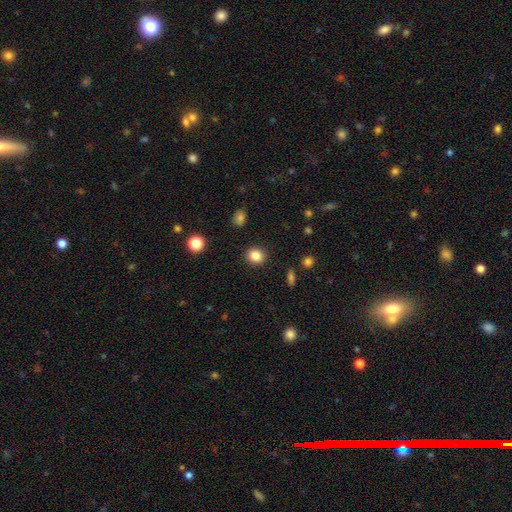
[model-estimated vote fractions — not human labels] The model was most divided on "how rounded": round: 74%, in between: 26%, cigar-shaped: 1%. More confident: merging — none (90%); smooth or featured — smooth (85%).